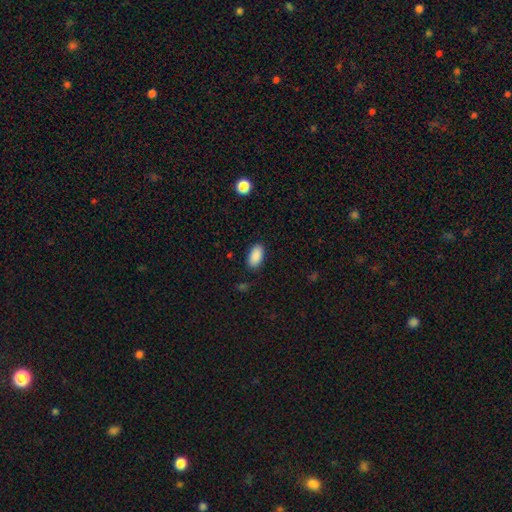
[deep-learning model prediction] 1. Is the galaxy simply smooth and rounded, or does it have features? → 90% smooth, 7% star or artifact, 3% featured or disk.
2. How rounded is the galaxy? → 94% in between, 4% round, 3% cigar-shaped.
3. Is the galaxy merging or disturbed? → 87% none, 9% minor disturbance, 3% major disturbance, 1% merger.